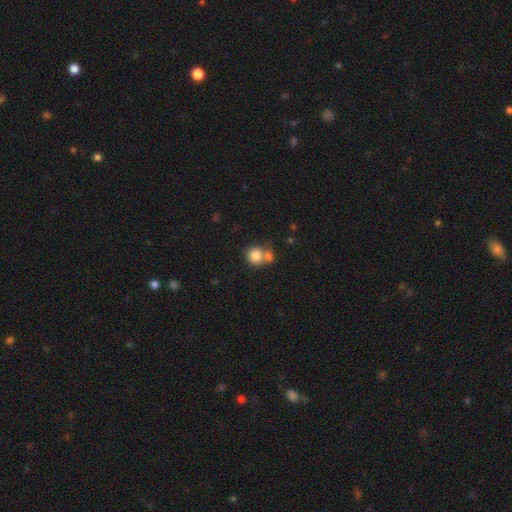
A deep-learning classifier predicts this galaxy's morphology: smooth_or_featured: smooth (p=0.81) [alt: star or artifact p=0.10]
how_rounded: round (p=0.83) [alt: in between p=0.16]
merging: none (p=0.47) [alt: merger p=0.41]